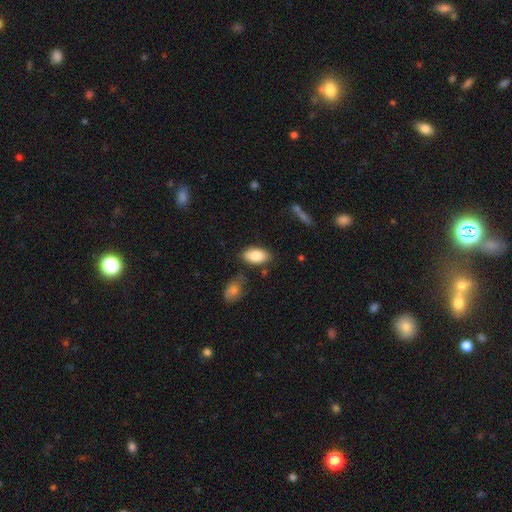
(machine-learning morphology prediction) type=smooth (86%); roundness=in between (94%); merging=none (79%).